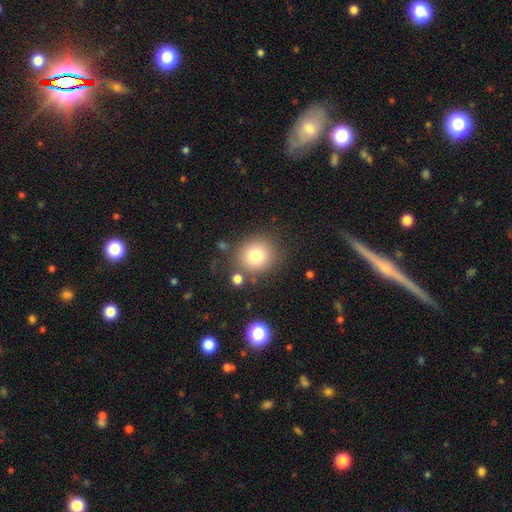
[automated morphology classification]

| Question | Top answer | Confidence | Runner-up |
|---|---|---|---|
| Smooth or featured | smooth | 78% | star or artifact (12%) |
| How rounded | round | 88% | in between (11%) |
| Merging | none | 79% | minor disturbance (10%) |